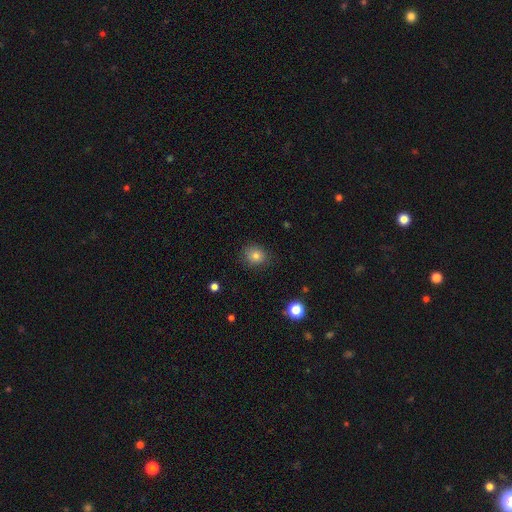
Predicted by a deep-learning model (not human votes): This appears to be a smooth galaxy with no disk features (79%) that is round (68%). Merging: none (83%).